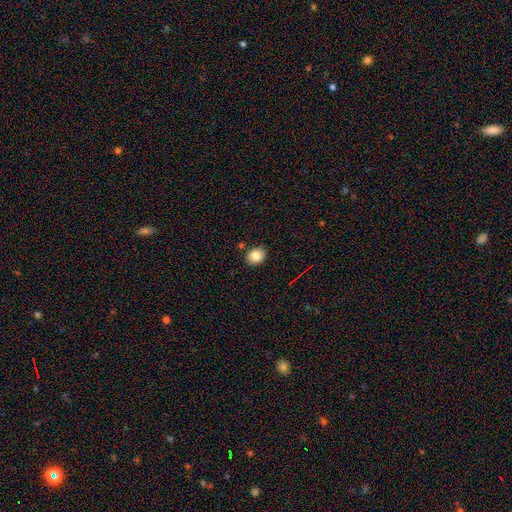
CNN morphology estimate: smooth_or_featured: smooth (p=0.83) [alt: star or artifact p=0.10]
how_rounded: round (p=0.51) [alt: in between p=0.49]
merging: none (p=0.86) [alt: minor disturbance p=0.09]